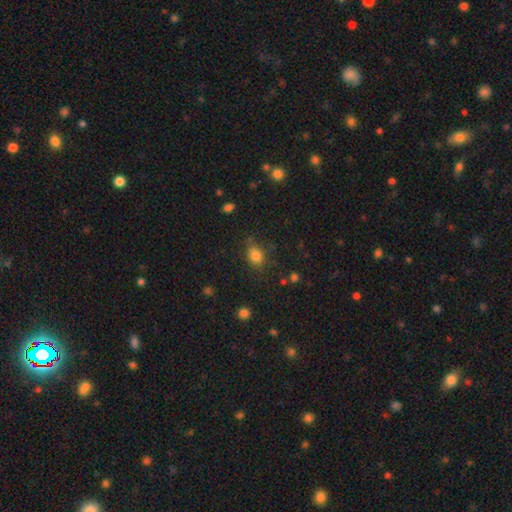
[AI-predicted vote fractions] A smooth galaxy with no disk features (81%) that is in between round and cigar-shaped (57%). Merging: none (73%).